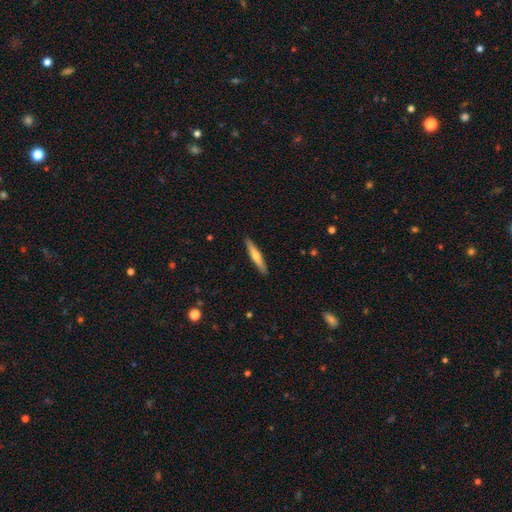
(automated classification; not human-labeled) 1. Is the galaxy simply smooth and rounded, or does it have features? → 48% smooth, 47% featured or disk, 5% star or artifact.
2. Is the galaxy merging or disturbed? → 91% none, 6% minor disturbance, 1% major disturbance, 1% merger.